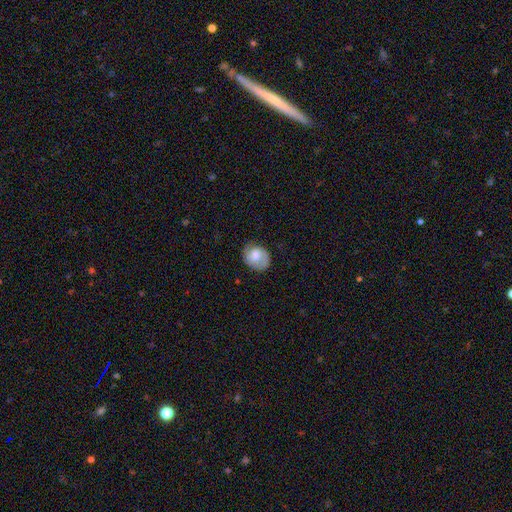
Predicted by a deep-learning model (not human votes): Q: Smooth or featured?
A: smooth (49%); runner-up: featured or disk (44%)
Q: Merging?
A: none (70%); runner-up: minor disturbance (22%)